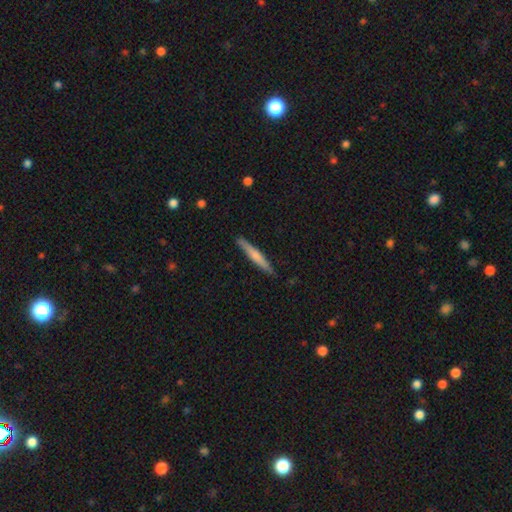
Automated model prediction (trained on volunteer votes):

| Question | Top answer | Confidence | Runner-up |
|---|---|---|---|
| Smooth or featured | smooth | 56% | featured or disk (38%) |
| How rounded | cigar-shaped | 95% | in between (4%) |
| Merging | none | 89% | minor disturbance (9%) |